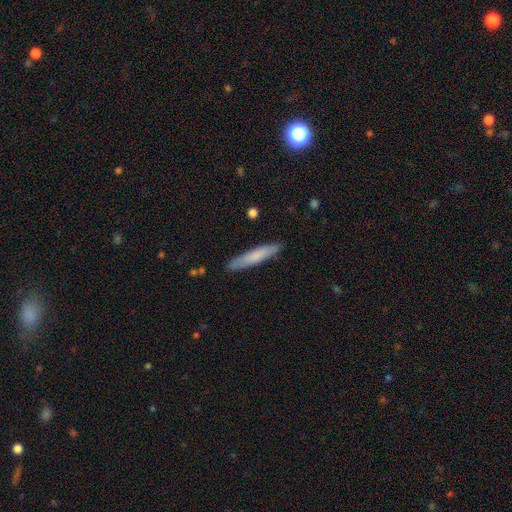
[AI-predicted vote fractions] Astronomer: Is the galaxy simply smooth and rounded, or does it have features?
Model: smooth — 72%.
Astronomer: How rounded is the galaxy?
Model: cigar-shaped — 91%.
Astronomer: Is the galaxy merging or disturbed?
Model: none — 87%.